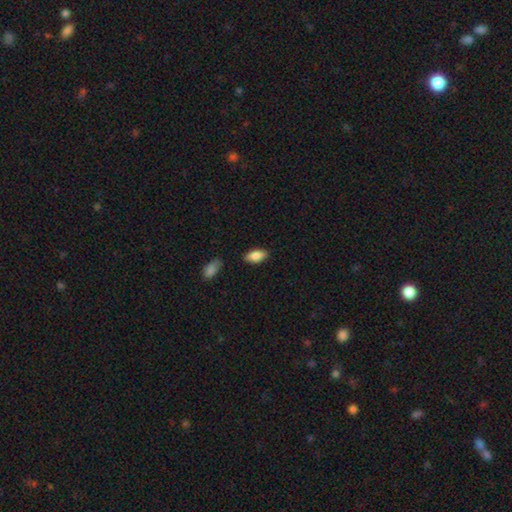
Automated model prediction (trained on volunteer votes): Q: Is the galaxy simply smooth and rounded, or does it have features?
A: smooth — 83%.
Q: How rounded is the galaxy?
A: in between — 91%.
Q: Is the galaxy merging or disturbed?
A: none — 84%.